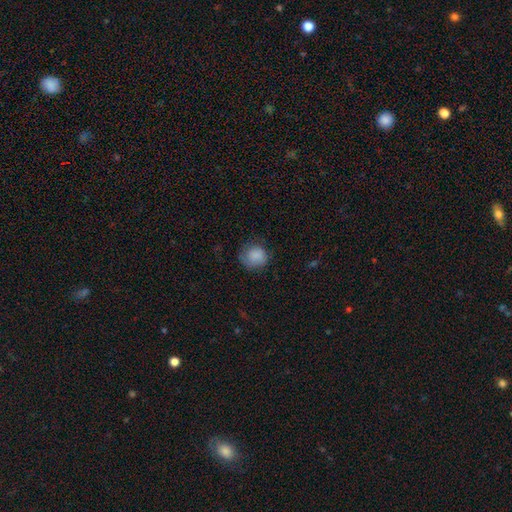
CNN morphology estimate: Smooth or featured?
  - smooth: 84% *
  - star or artifact: 8%
  - featured or disk: 8%
How rounded?
  - round: 78% *
  - in between: 21%
  - cigar-shaped: 1%
Merging?
  - none: 66% *
  - minor disturbance: 24%
  - major disturbance: 9%
  - merger: 1%